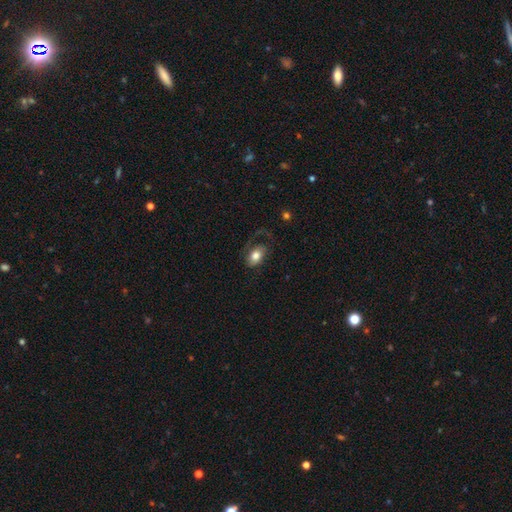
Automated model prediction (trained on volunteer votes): Smooth or featured?
  - smooth: 68% *
  - featured or disk: 25%
  - star or artifact: 7%
How rounded?
  - in between: 84% *
  - round: 14%
  - cigar-shaped: 2%
Merging?
  - none: 44% *
  - major disturbance: 34%
  - minor disturbance: 20%
  - merger: 2%